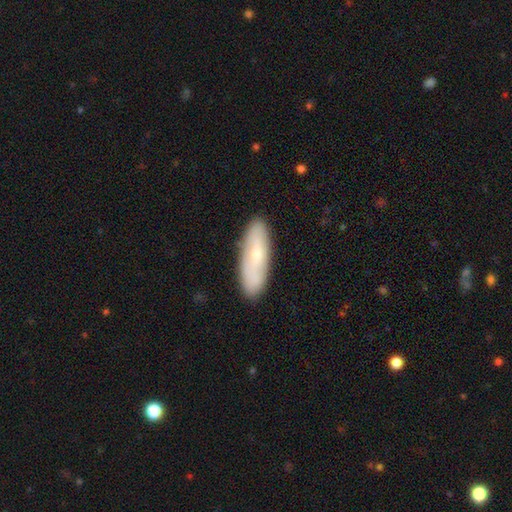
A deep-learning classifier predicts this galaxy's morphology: Smooth or featured?
  - smooth: 62% *
  - featured or disk: 32%
  - star or artifact: 6%
How rounded?
  - in between: 50% *
  - cigar-shaped: 48%
  - round: 2%
Merging?
  - none: 85% *
  - minor disturbance: 11%
  - major disturbance: 2%
  - merger: 1%